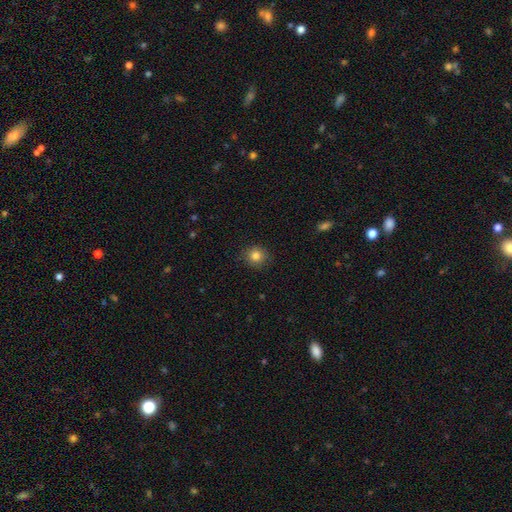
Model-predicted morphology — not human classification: Smooth or featured? smooth (83%)
How rounded? round (89%)
Merging? none (90%)